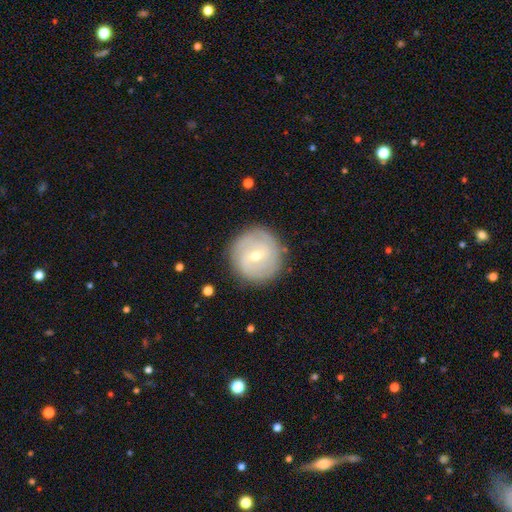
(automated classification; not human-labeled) A featured or disk galaxy (61%) with a weak bar (56%), spiral arms (72%) and a small central bulge (52%).

Vote fractions:
- Smooth or featured? featured or disk: 61% / smooth: 31% / star or artifact: 7%
- Edge-on disk? no: 96% / yes: 4%
- Bar? weak: 56% / no: 28% / strong: 16%
- Spiral arms? yes: 72% / no: 28%
- Bulge size? small: 52% / moderate: 45% / large: 1% / none: 1% / dominant: 1%
- Merging? none: 87% / minor disturbance: 9% / major disturbance: 3% / merger: 1%